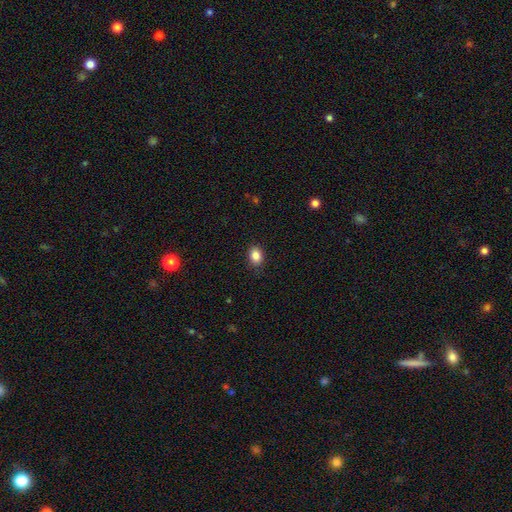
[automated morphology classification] A smooth galaxy with no disk features (85%) that is in between round and cigar-shaped (61%). Merging: none (87%).